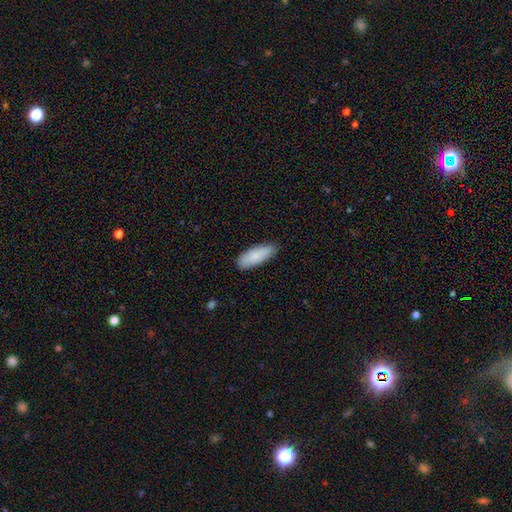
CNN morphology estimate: Smooth or featured?
  - smooth: 88% *
  - featured or disk: 6%
  - star or artifact: 6%
How rounded?
  - in between: 70% *
  - cigar-shaped: 29%
  - round: 2%
Merging?
  - none: 84% *
  - minor disturbance: 12%
  - major disturbance: 2%
  - merger: 1%